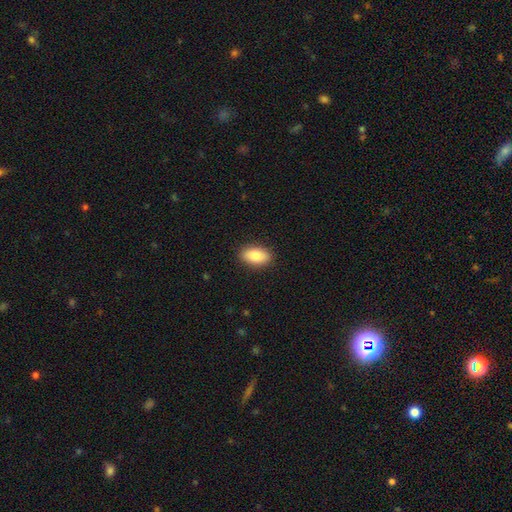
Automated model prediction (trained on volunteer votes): smooth_or_featured: smooth (p=0.87) [alt: featured or disk p=0.07]
how_rounded: in between (p=0.92) [alt: round p=0.05]
merging: none (p=0.89) [alt: minor disturbance p=0.08]